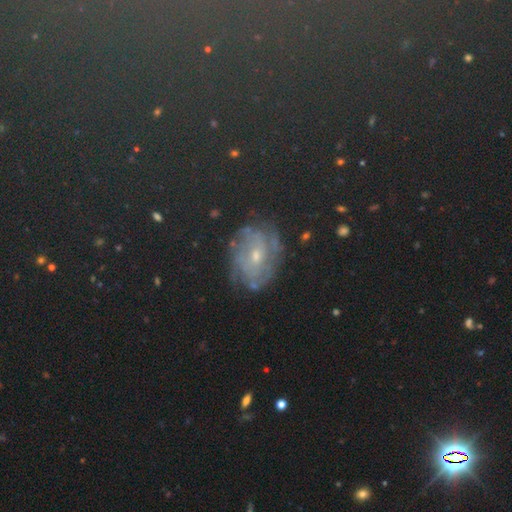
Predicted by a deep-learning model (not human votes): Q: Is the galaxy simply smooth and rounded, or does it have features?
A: star or artifact — 43%.